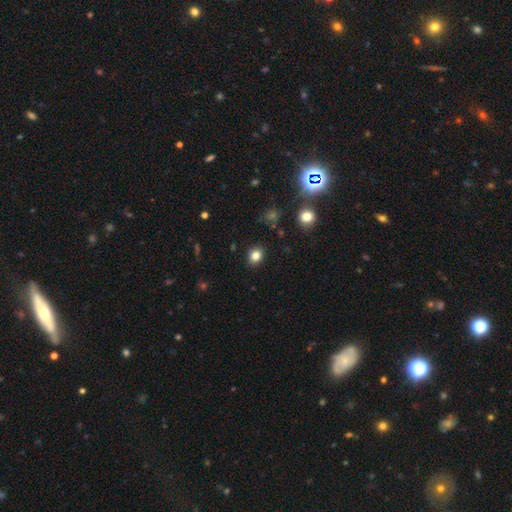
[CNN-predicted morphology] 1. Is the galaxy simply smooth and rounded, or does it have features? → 82% smooth, 12% star or artifact, 6% featured or disk.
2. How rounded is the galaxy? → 61% round, 38% in between, 1% cigar-shaped.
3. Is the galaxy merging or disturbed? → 89% none, 8% minor disturbance, 2% major disturbance, 1% merger.